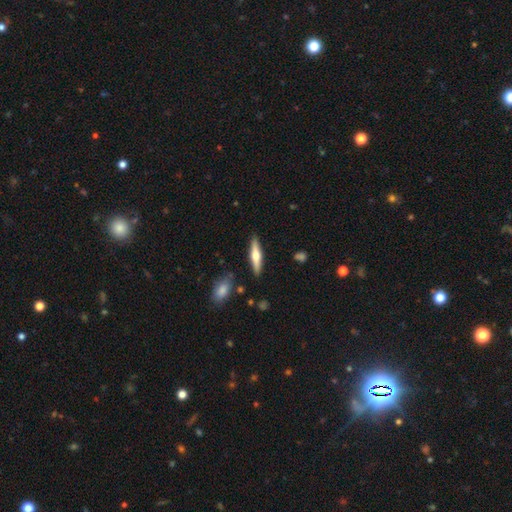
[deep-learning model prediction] A featured or disk galaxy (50%). Merging: none (88%).